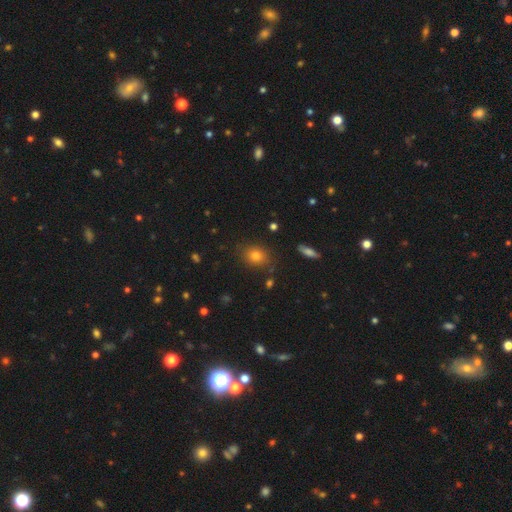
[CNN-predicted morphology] A smooth galaxy with no disk features (77%) that is round (56%).

Vote fractions:
- Smooth or featured? smooth: 77% / star or artifact: 14% / featured or disk: 9%
- How rounded? round: 56% / in between: 43% / cigar-shaped: 2%
- Merging? none: 82% / minor disturbance: 12% / major disturbance: 3% / merger: 3%